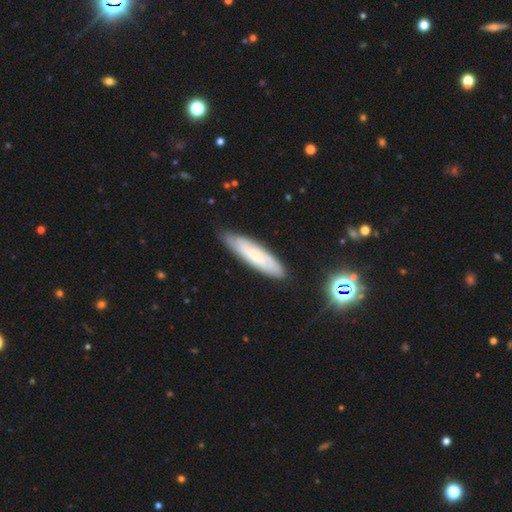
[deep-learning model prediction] smooth 59%, featured or disk 33%, star or artifact 8%. Down the decision tree: how rounded — cigar-shaped (74%); merging — none (82%).